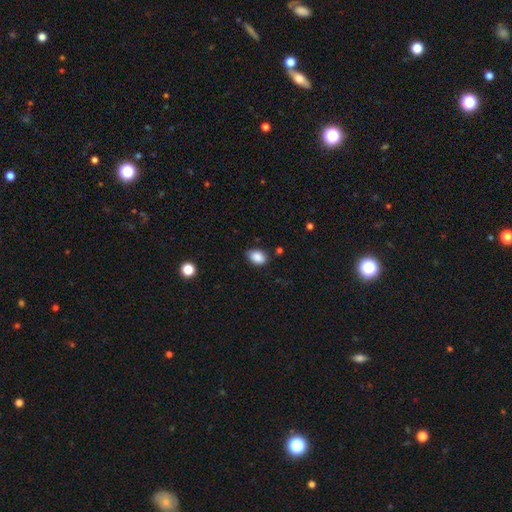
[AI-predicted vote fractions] smooth-or-featured: smooth: 88% | star or artifact: 8% | featured or disk: 4%
  how-rounded: in between: 82% | round: 17% | cigar-shaped: 1%
  merging: none: 76% | minor disturbance: 19% | major disturbance: 3% | merger: 2%